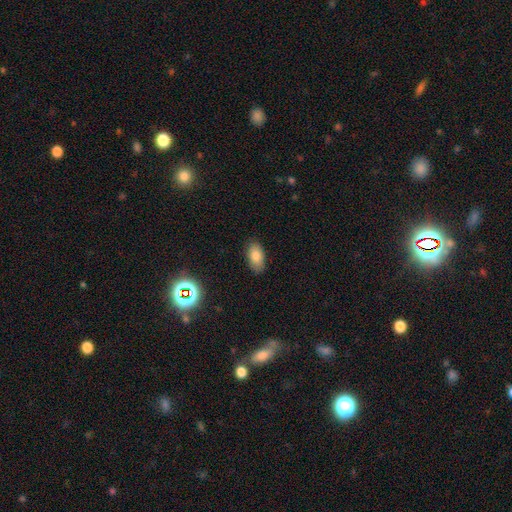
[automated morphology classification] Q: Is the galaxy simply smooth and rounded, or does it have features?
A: smooth — 82%.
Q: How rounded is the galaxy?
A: in between — 93%.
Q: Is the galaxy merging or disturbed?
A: none — 85%.